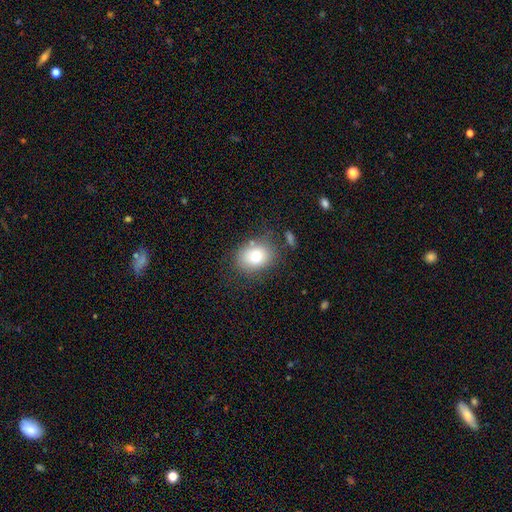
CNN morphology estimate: This appears to be a smooth galaxy with no disk features (78%) that is round (51%). Merging: none (72%).